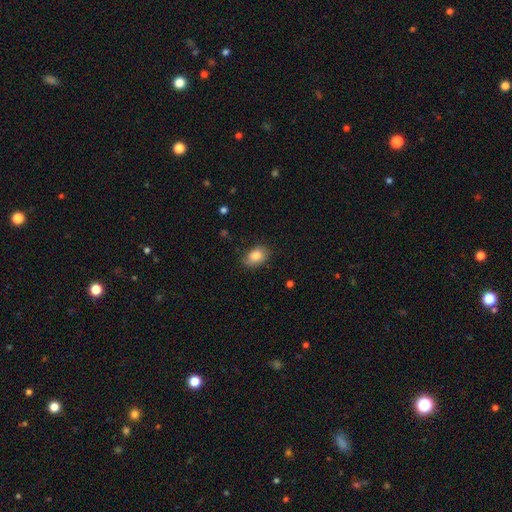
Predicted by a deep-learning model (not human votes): smooth-or-featured: smooth: 84% | featured or disk: 9% | star or artifact: 8%
  how-rounded: in between: 81% | round: 18% | cigar-shaped: 1%
  merging: none: 77% | minor disturbance: 18% | major disturbance: 3% | merger: 1%